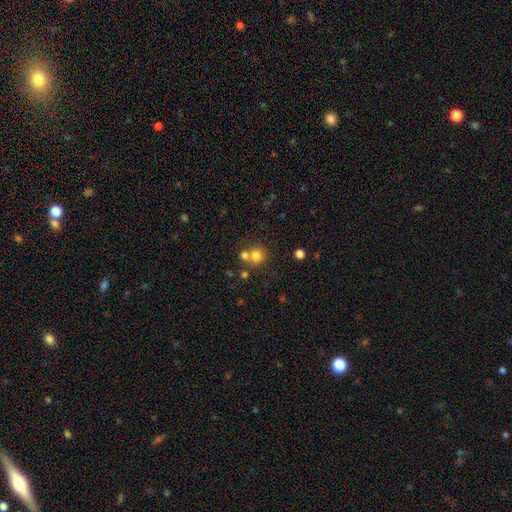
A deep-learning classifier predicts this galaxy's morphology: This is likely a smooth galaxy (77%). How rounded: clearly round (89%). Merging: possibly none (56%).